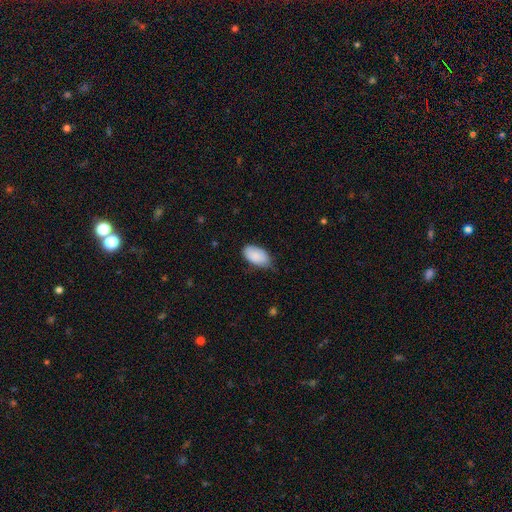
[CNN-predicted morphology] smooth_or_featured: smooth (p=0.86) [alt: featured or disk p=0.07]
how_rounded: in between (p=0.95) [alt: round p=0.04]
merging: none (p=0.57) [alt: minor disturbance p=0.37]